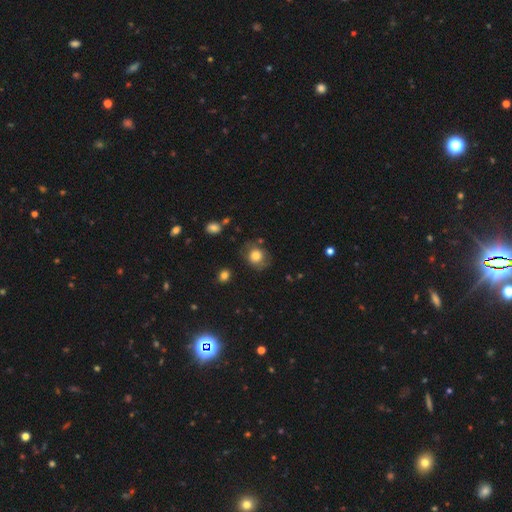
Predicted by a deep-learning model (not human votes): A smooth galaxy with no disk features (73%) that is round (74%). Merging: none (70%).